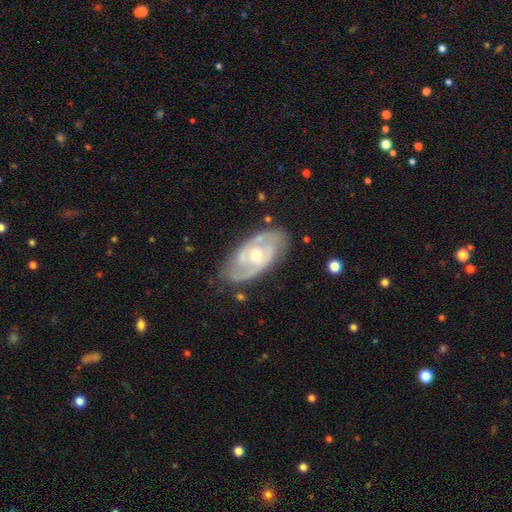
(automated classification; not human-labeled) A featured or disk galaxy (81%) with no bar (63%), 2 (68%) tight (47%) spiral arms (87%) and a moderate central bulge (49%).

Vote fractions:
- Smooth or featured? featured or disk: 81% / smooth: 14% / star or artifact: 5%
- Edge-on disk? no: 94% / yes: 6%
- Bar? no: 63% / weak: 31% / strong: 6%
- Spiral arms? yes: 87% / no: 13%
- Spiral winding? tight: 47% / medium: 41% / loose: 12%
- Spiral arm count? 2: 68% / can't tell: 19% / 3: 6% / 1: 3% / 4: 2% / more than 4: 2%
- Bulge size? moderate: 49% / small: 47% / large: 2% / none: 2% / dominant: 1%
- Merging? none: 76% / minor disturbance: 17% / major disturbance: 5% / merger: 2%